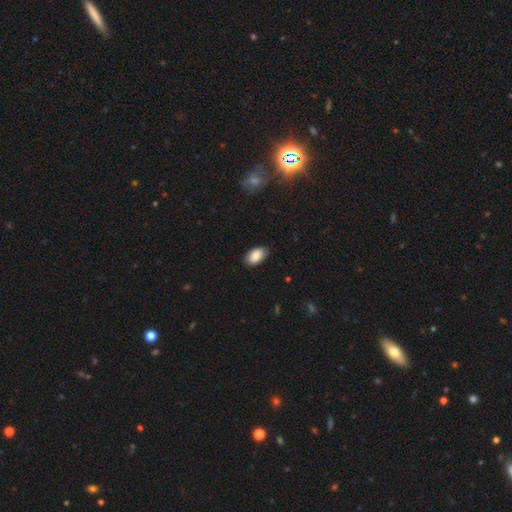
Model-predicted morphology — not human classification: A smooth galaxy with no disk features (87%) that is in between round and cigar-shaped (94%). Merging: none (84%).